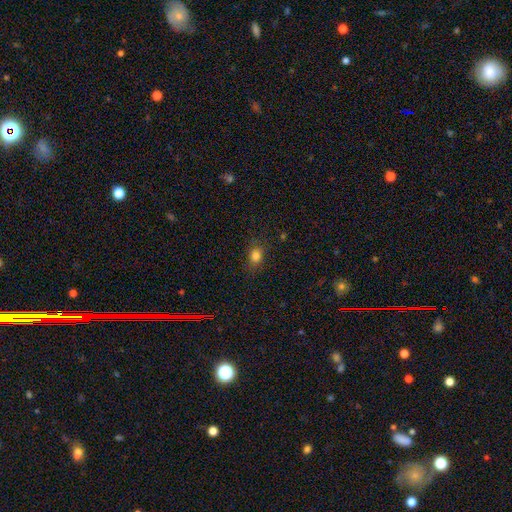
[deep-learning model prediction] Smooth or featured? smooth (81%)
How rounded? in between (58%)
Merging? none (81%)